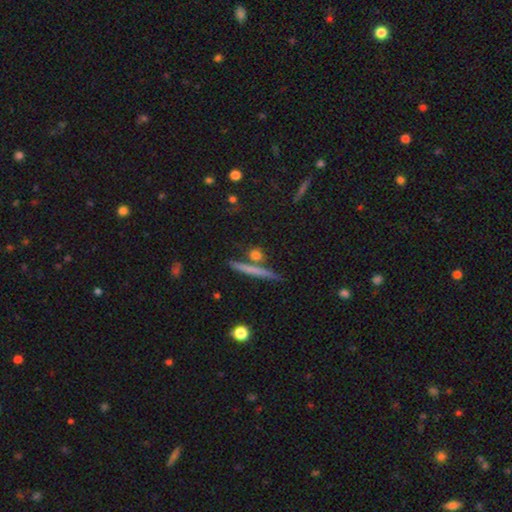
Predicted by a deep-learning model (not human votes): Overall: smooth (64%; featured or disk 26%). How rounded: cigar-shaped (48%; round 41%). Merging: none (74%).